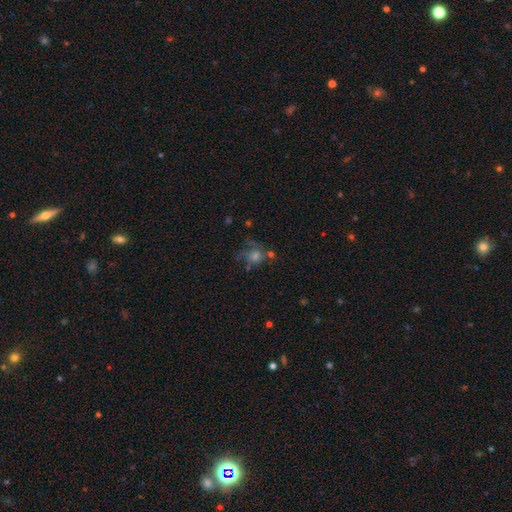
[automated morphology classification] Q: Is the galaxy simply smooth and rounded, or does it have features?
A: smooth — 42%.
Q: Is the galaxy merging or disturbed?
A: none — 47%.